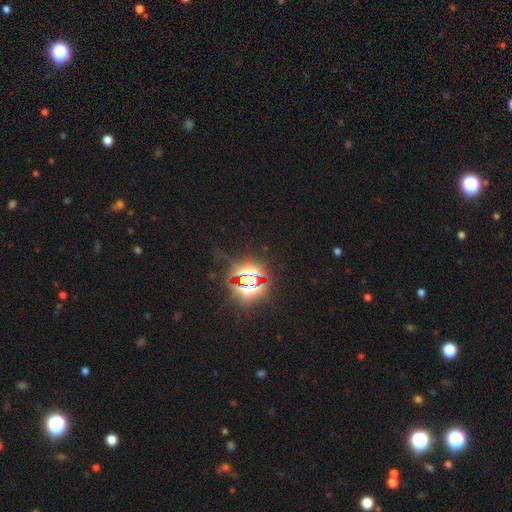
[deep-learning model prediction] Smooth or featured? star or artifact (86%)